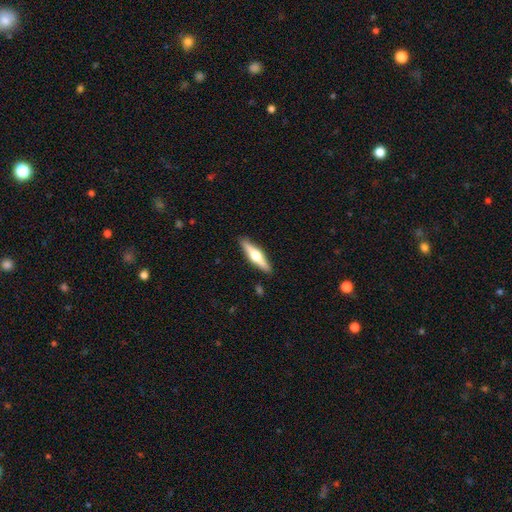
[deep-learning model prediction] A featured or disk galaxy (60%) viewed edge-on (96%) with a rounded central bulge (94%).

Vote fractions:
- Smooth or featured? featured or disk: 60% / smooth: 35% / star or artifact: 5%
- Edge-on disk? yes: 96% / no: 4%
- Edge-on bulge? rounded: 94% / boxy: 4% / none: 2%
- Merging? none: 90% / minor disturbance: 7% / major disturbance: 2% / merger: 1%